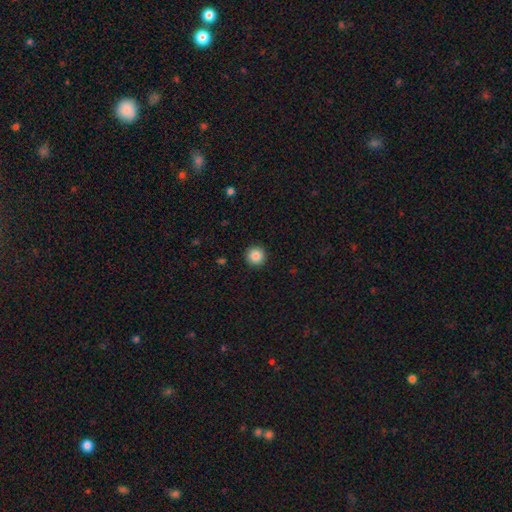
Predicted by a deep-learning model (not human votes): A smooth galaxy with no disk features (86%) that is round (96%).

Vote fractions:
- Smooth or featured? smooth: 86% / star or artifact: 9% / featured or disk: 4%
- How rounded? round: 96% / in between: 3% / cigar-shaped: 1%
- Merging? none: 93% / minor disturbance: 5% / major disturbance: 2% / merger: 1%